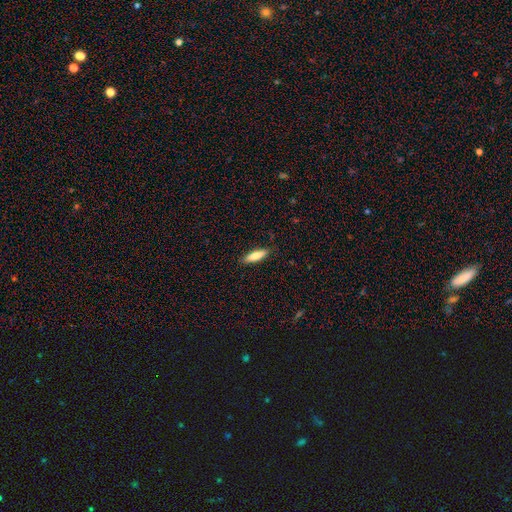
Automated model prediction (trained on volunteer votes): Q: Smooth or featured?
A: smooth (73%); runner-up: featured or disk (21%)
Q: How rounded?
A: cigar-shaped (58%); runner-up: in between (41%)
Q: Merging?
A: none (88%); runner-up: minor disturbance (9%)